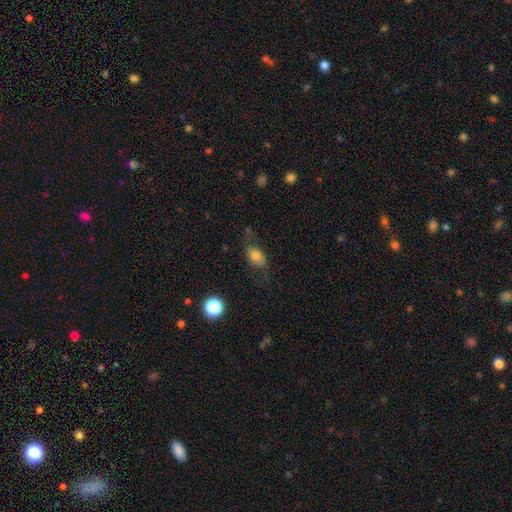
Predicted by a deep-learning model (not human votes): Smooth or featured? smooth (72%)
How rounded? in between (83%)
Merging? none (60%)